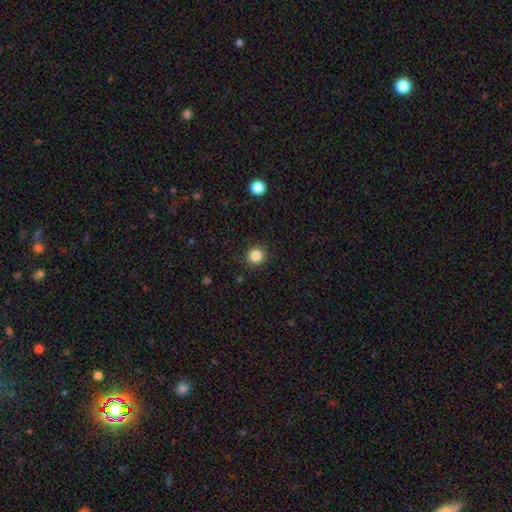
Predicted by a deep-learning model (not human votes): A smooth galaxy with no disk features (85%) that is round (92%).

Vote fractions:
- Smooth or featured? smooth: 85% / star or artifact: 11% / featured or disk: 4%
- How rounded? round: 92% / in between: 7% / cigar-shaped: 1%
- Merging? none: 91% / minor disturbance: 6% / major disturbance: 2% / merger: 1%